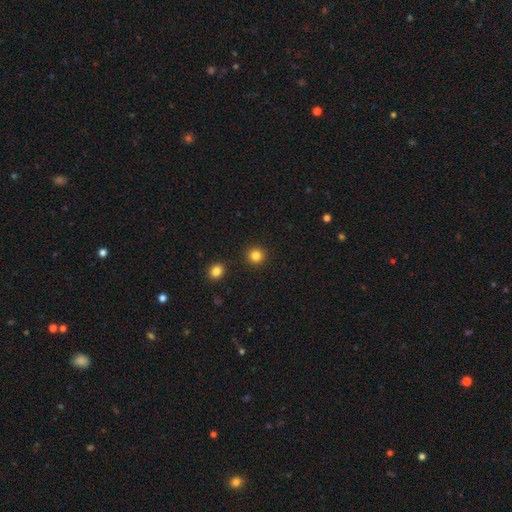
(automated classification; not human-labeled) Morphology: type=smooth (83%); roundness=round (94%); merging=none (92%).